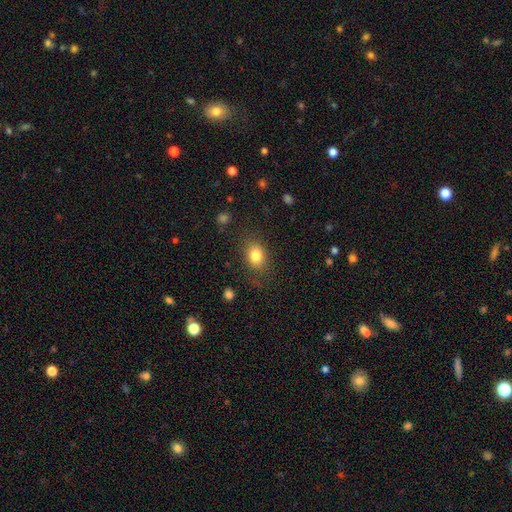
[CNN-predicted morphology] smooth 81%, star or artifact 10%, featured or disk 9%. Down the decision tree: how rounded — in between (61%); merging — none (77%).